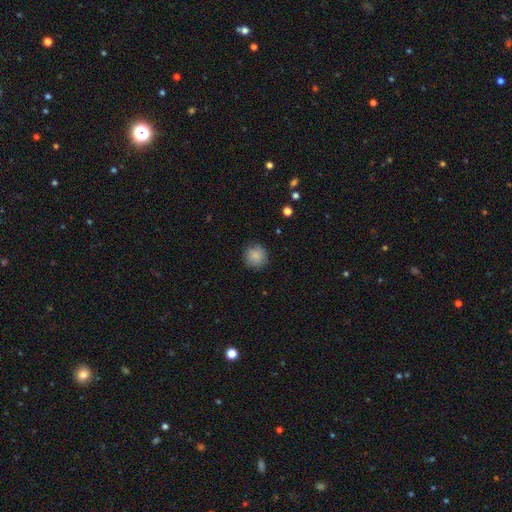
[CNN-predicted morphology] Q: Smooth or featured?
A: smooth (85%); runner-up: star or artifact (9%)
Q: How rounded?
A: round (92%); runner-up: in between (7%)
Q: Merging?
A: none (85%); runner-up: minor disturbance (11%)